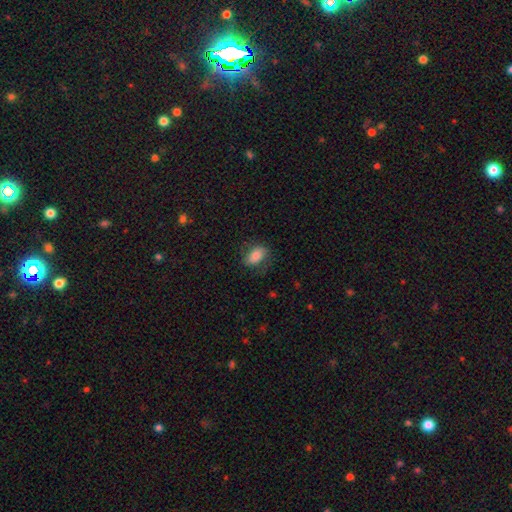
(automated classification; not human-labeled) smooth_or_featured: smooth (p=0.68) [alt: featured or disk p=0.24]
how_rounded: in between (p=0.87) [alt: round p=0.11]
merging: none (p=0.69) [alt: minor disturbance p=0.19]